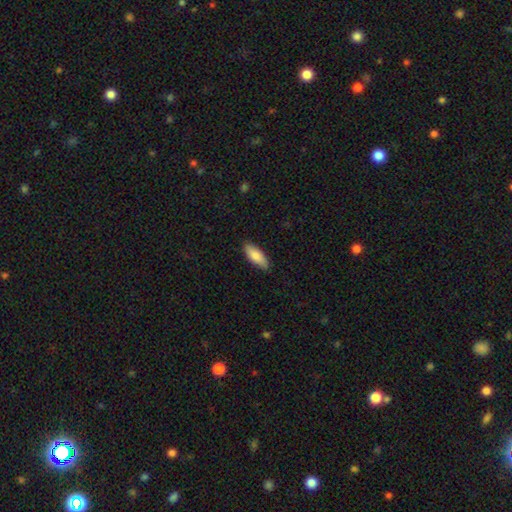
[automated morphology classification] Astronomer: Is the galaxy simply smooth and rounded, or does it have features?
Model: smooth — 85%.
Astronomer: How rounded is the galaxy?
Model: in between — 74%.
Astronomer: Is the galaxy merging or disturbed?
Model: none — 86%.